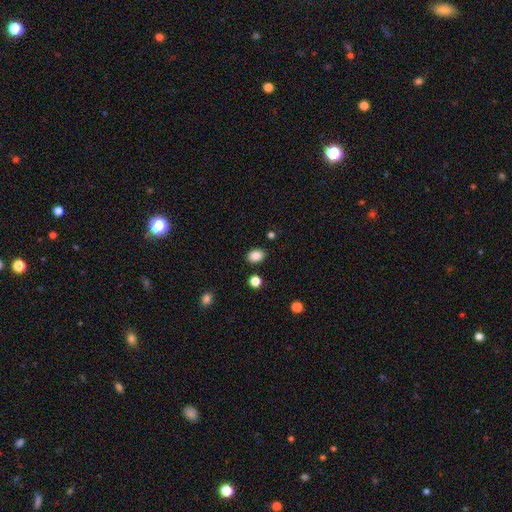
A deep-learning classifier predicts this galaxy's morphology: smooth-or-featured: smooth: 86% | star or artifact: 10% | featured or disk: 4%
  how-rounded: in between: 70% | round: 29% | cigar-shaped: 1%
  merging: none: 86% | minor disturbance: 9% | merger: 3% | major disturbance: 3%